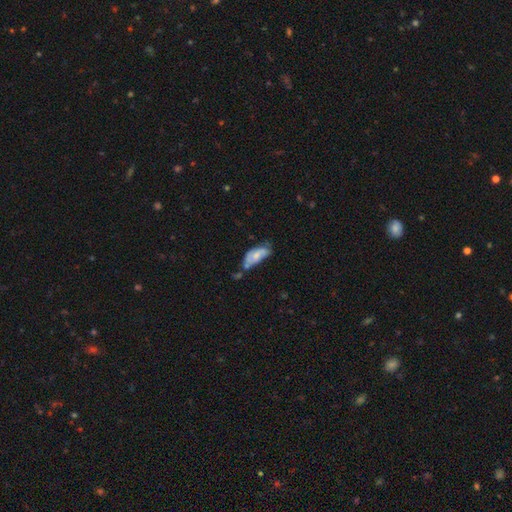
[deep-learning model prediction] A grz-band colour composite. It shows a smooth galaxy with no disk features (57%) that is in between round and cigar-shaped (85%). Merging: minor disturbance (34%).